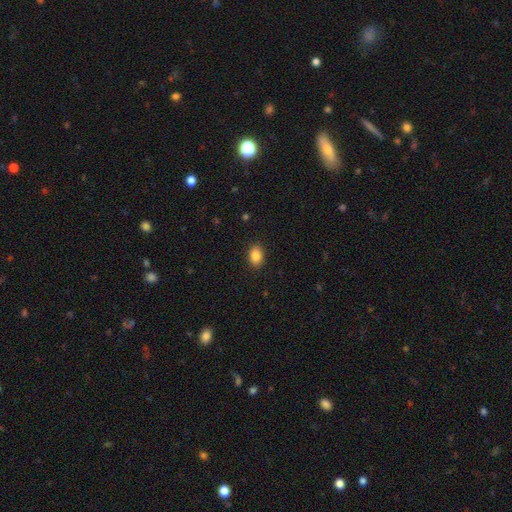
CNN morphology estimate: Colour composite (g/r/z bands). It shows a smooth galaxy with no disk features (86%) that is in between round and cigar-shaped (77%). Merging: none (90%).